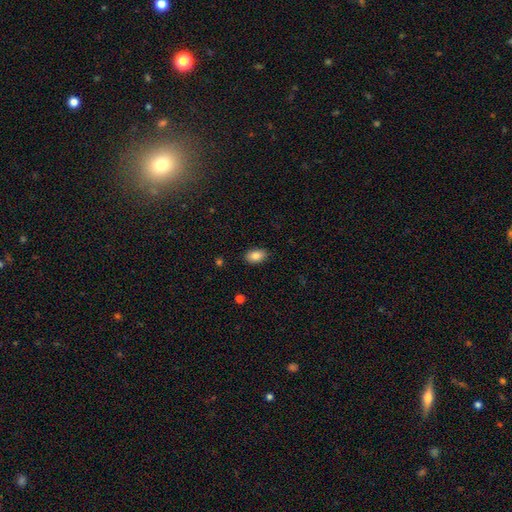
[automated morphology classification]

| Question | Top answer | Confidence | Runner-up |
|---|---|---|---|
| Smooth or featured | smooth | 84% | featured or disk (8%) |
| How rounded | in between | 89% | round (10%) |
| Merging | none | 88% | minor disturbance (9%) |